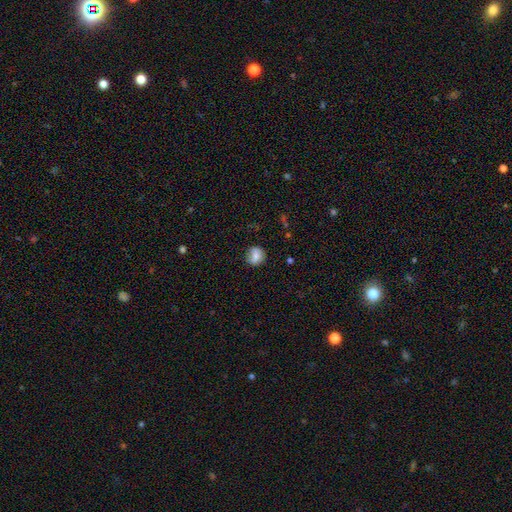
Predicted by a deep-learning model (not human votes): Q: Smooth or featured?
A: smooth (71%); runner-up: featured or disk (20%)
Q: How rounded?
A: round (82%); runner-up: in between (17%)
Q: Merging?
A: none (81%); runner-up: minor disturbance (13%)